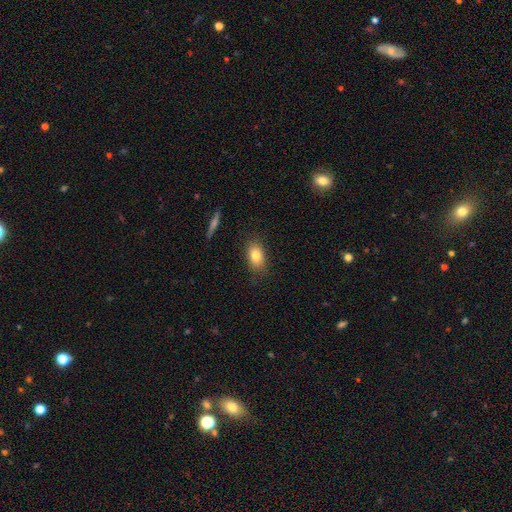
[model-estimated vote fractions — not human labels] This is clearly a smooth galaxy (80%). How rounded: clearly in between (84%). Merging: clearly none (83%).